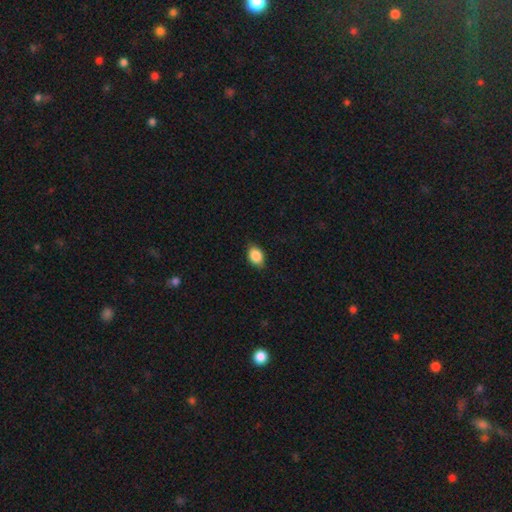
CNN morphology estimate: This appears to be a smooth galaxy with no disk features (87%) that is in between round and cigar-shaped (79%). Merging: none (84%).